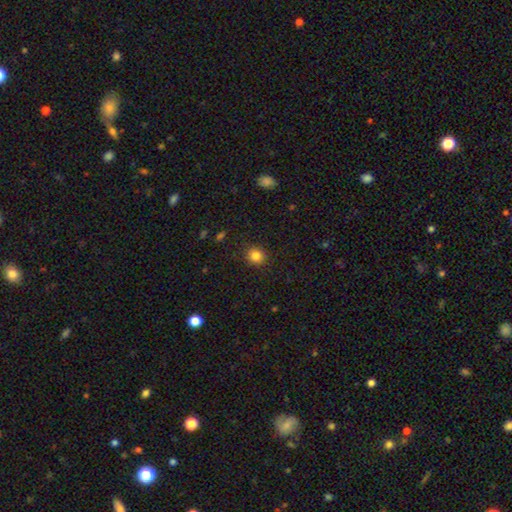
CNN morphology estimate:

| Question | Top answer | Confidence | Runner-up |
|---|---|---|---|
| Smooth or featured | smooth | 84% | star or artifact (11%) |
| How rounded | round | 83% | in between (16%) |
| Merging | none | 90% | minor disturbance (7%) |